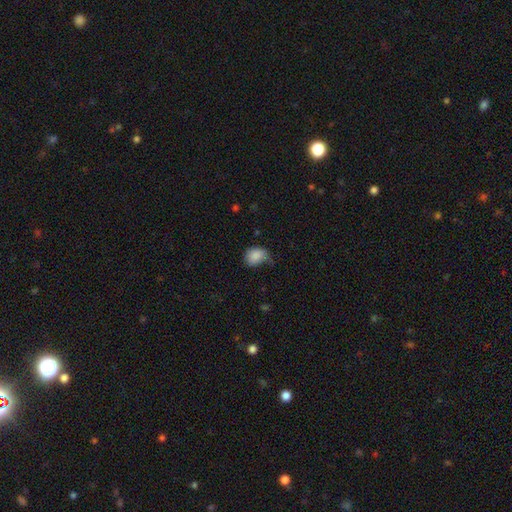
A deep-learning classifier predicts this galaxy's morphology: smooth_or_featured: smooth (p=0.86) [alt: star or artifact p=0.08]
how_rounded: in between (p=0.55) [alt: round p=0.44]
merging: none (p=0.45) [alt: minor disturbance p=0.39]